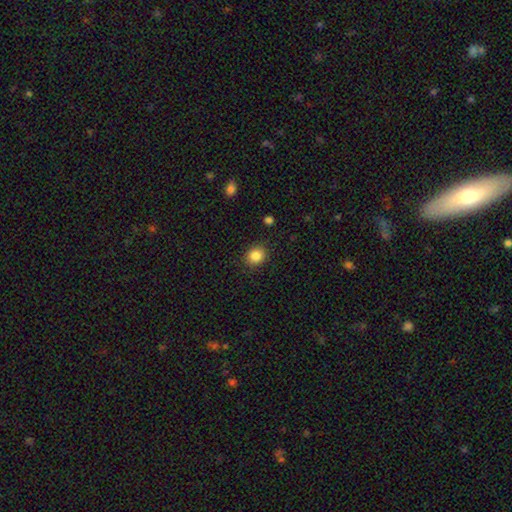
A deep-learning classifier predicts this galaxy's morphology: Overall: smooth (86%). How rounded: round (77%). Merging: none (88%).